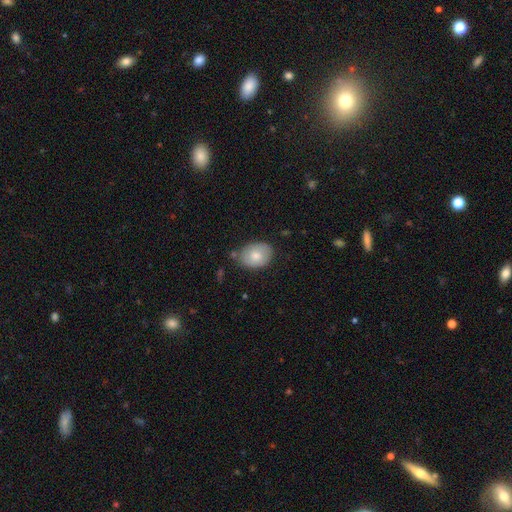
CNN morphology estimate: smooth_or_featured: smooth (p=0.76) [alt: featured or disk p=0.18]
how_rounded: in between (p=0.73) [alt: round p=0.26]
merging: none (p=0.71) [alt: minor disturbance p=0.20]